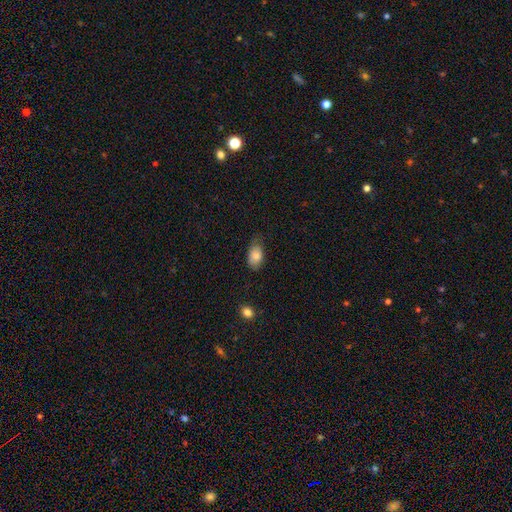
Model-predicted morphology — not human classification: A smooth galaxy with no disk features (79%) that is in between round and cigar-shaped (90%). Merging: none (62%).